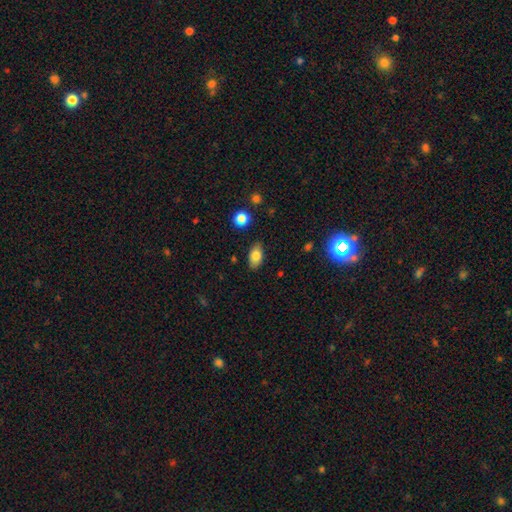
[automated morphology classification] Smooth or featured? Predicted: smooth (p=0.81). How rounded? Predicted: in between (p=0.90). Merging? Predicted: none (p=0.84).